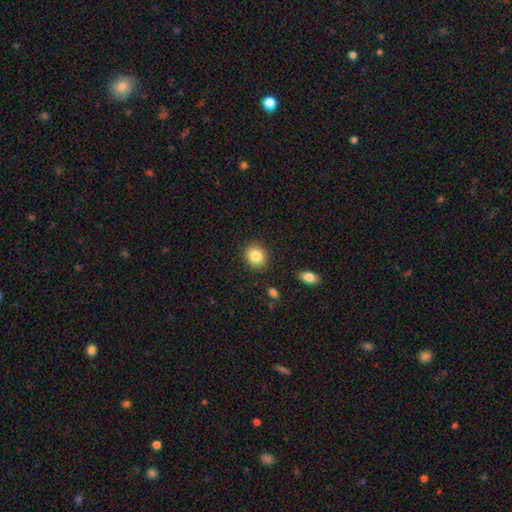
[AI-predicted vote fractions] Morphology: type=smooth (84%); roundness=round (76%); merging=none (89%).